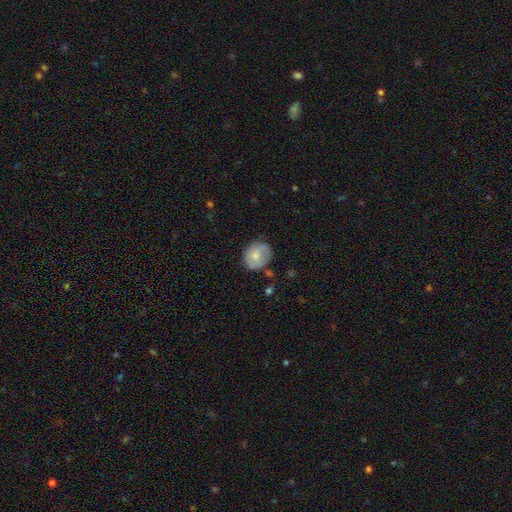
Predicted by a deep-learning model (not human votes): Morphology: type=smooth (67%); roundness=round (65%); merging=none (65%).